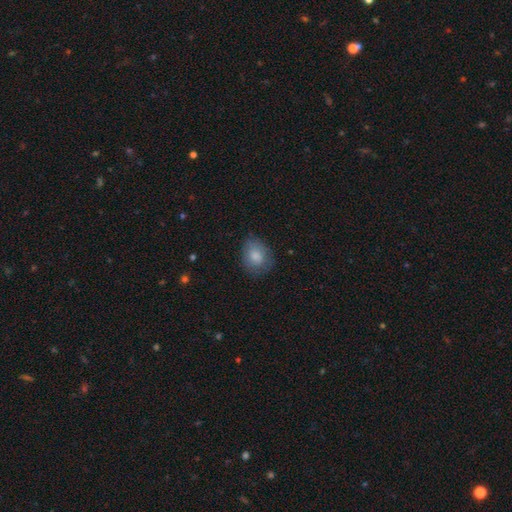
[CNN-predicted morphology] smooth 81%, featured or disk 12%, star or artifact 7%. Down the decision tree: how rounded — round (52%); merging — none (68%).